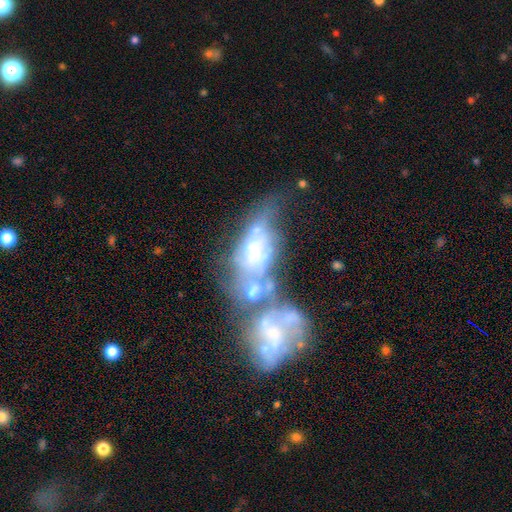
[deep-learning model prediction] Smooth or featured? Predicted: featured or disk (p=0.65). Edge-on disk? Predicted: no (p=0.94). Bar? Predicted: no (p=0.79). Spiral arms? Predicted: no (p=0.71). Bulge size? Predicted: none (p=0.39). Merging? Predicted: merger (p=0.66).